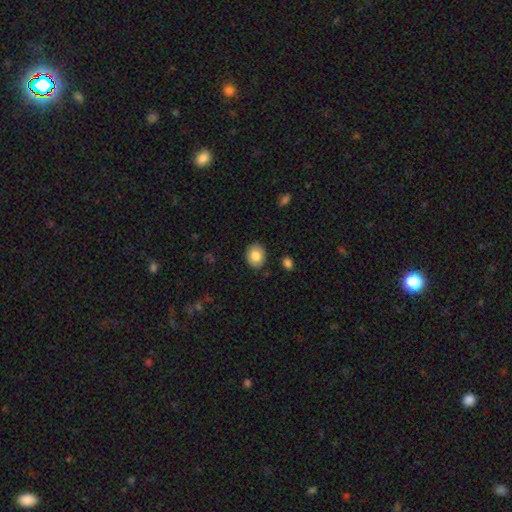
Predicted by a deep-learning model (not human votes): Smooth or featured? Predicted: smooth (p=0.84). How rounded? Predicted: in between (p=0.52). Merging? Predicted: none (p=0.87).